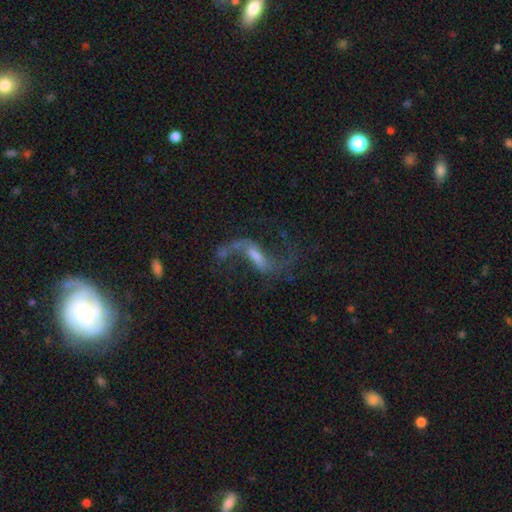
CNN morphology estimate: Smooth or featured? featured or disk (83%)
Edge-on disk? no (93%)
Bar? weak (44%)
Spiral arms? yes (93%)
Spiral winding? loose (89%)
Spiral arm count? 2 (91%)
Bulge size? small (38%)
Merging? none (58%)